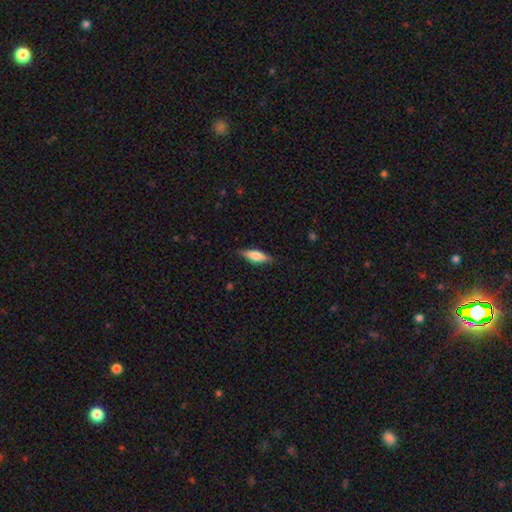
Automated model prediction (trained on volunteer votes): smooth 62%, featured or disk 32%, star or artifact 6%. Down the decision tree: how rounded — in between (50%); merging — none (85%).